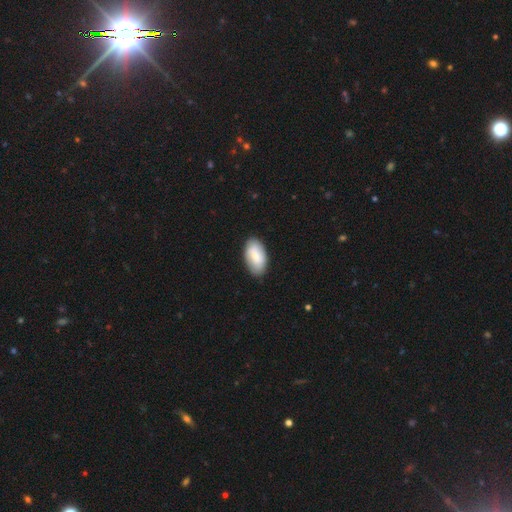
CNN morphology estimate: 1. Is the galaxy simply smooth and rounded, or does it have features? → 78% smooth, 17% featured or disk, 6% star or artifact.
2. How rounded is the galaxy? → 95% in between, 3% round, 2% cigar-shaped.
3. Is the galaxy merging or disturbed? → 84% none, 13% minor disturbance, 2% major disturbance, 1% merger.